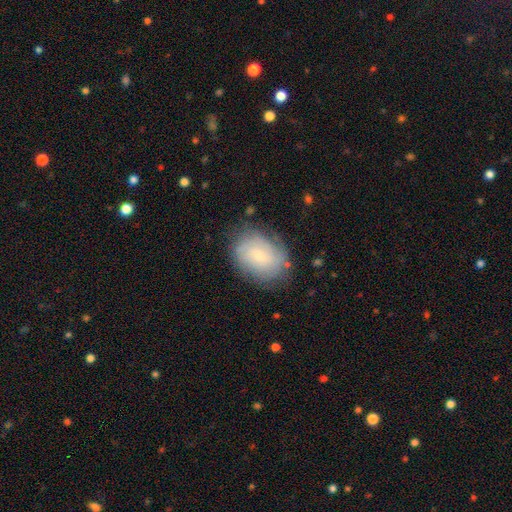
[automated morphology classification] smooth 50%, featured or disk 39%, star or artifact 12%. Down the decision tree: merging — none (77%).